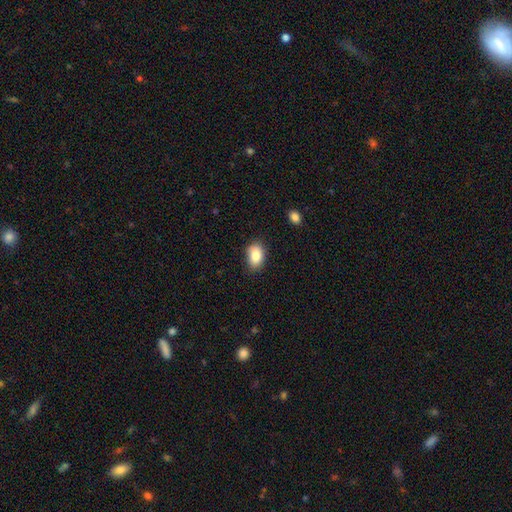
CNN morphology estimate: The model was most divided on "merging": none: 81%, minor disturbance: 15%, major disturbance: 3%, merger: 1%. More confident: smooth or featured — smooth (85%); how rounded — in between (83%).